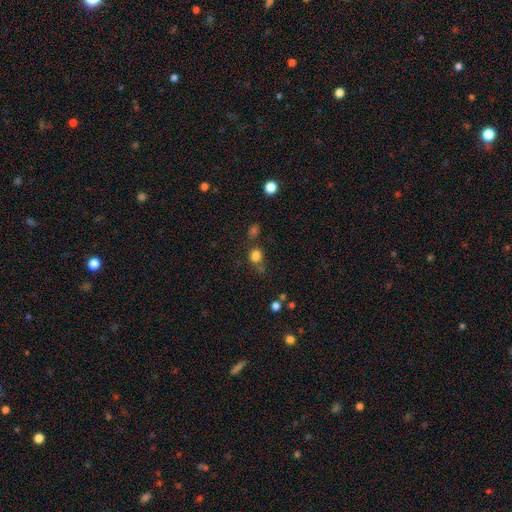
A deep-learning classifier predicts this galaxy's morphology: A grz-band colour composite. It shows a smooth galaxy with no disk features (77%) that is round (66%). Merging: none (56%).